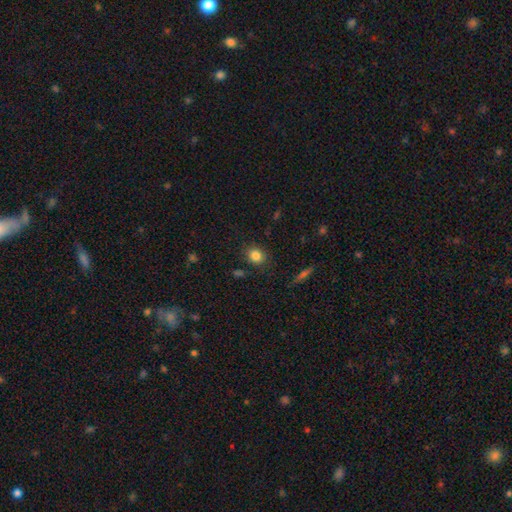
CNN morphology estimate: Smooth or featured? smooth (84%)
How rounded? round (68%)
Merging? none (84%)